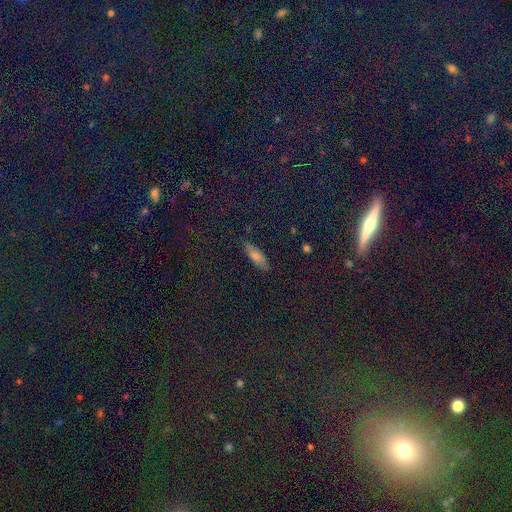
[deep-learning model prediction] A smooth galaxy with no disk features (62%) that is cigar-shaped (51%). Merging: none (88%).